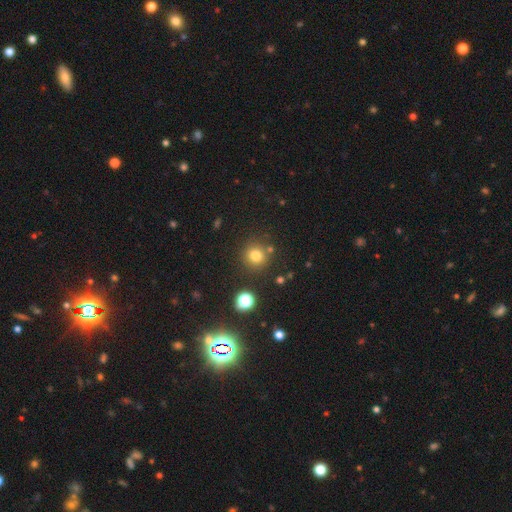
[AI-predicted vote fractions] Smooth or featured: smooth — 77% (star or artifact — 17%)
How rounded: round — 92% (in between — 8%)
Merging: none — 83% (minor disturbance — 8%)